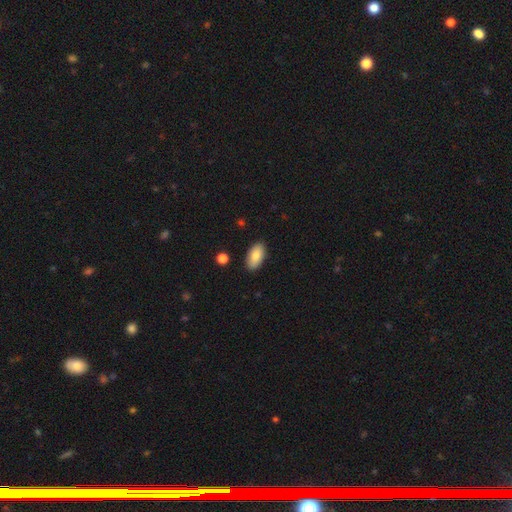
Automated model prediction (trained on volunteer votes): A smooth galaxy with no disk features (83%) that is in between round and cigar-shaped (94%).

Vote fractions:
- Smooth or featured? smooth: 83% / featured or disk: 11% / star or artifact: 6%
- How rounded? in between: 94% / cigar-shaped: 3% / round: 3%
- Merging? none: 88% / minor disturbance: 9% / major disturbance: 2% / merger: 1%